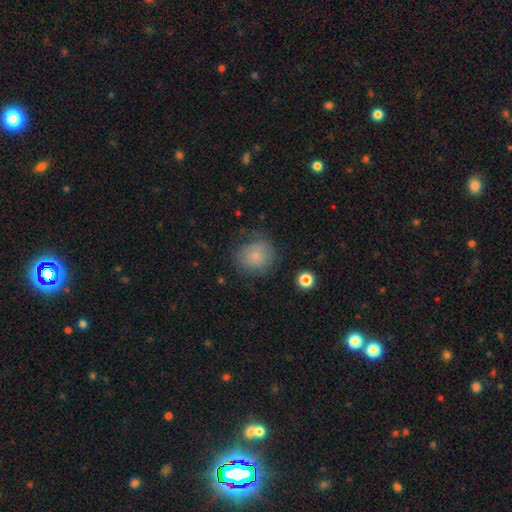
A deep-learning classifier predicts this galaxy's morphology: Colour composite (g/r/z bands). It shows a smooth galaxy with no disk features (74%) that is round (85%). Merging: none (70%).